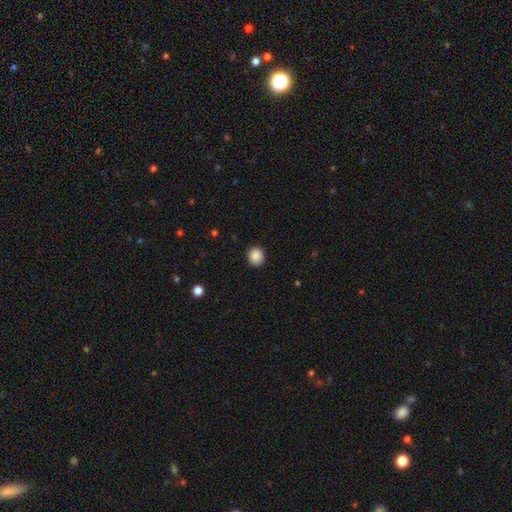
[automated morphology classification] smooth 88%, star or artifact 9%, featured or disk 3%. Down the decision tree: how rounded — round (84%); merging — none (90%).